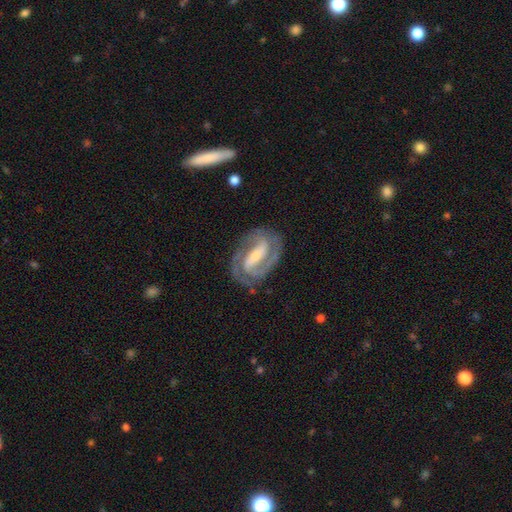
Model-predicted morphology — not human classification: smooth-or-featured: featured or disk: 90% | smooth: 6% | star or artifact: 4%
  disk-edge-on: no: 96% | yes: 4%
    bar: strong: 59% | weak: 30% | no: 11%
    has-spiral-arms: yes: 97% | no: 3%
      spiral-winding: tight: 51% | medium: 41% | loose: 7%
      spiral-arm-count: 2: 86% | 3: 5% | can't tell: 4% | 1: 2% | 4: 1% | more than 4: 1%
    bulge-size: small: 55% | moderate: 36% | large: 4% | none: 4% | dominant: 1%
  merging: none: 81% | minor disturbance: 13% | major disturbance: 5% | merger: 1%